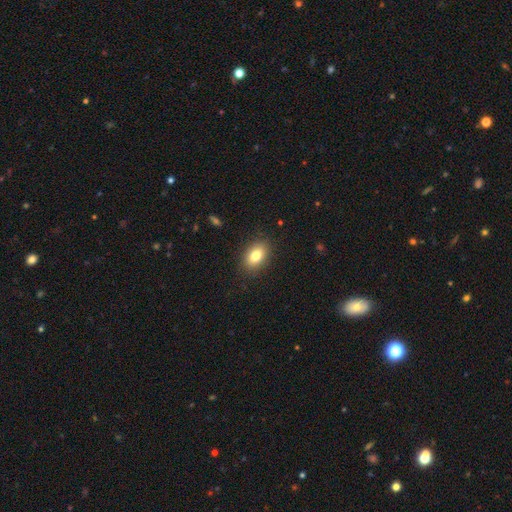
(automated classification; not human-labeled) Morphology: type=smooth (81%); roundness=in between (83%); merging=none (88%).